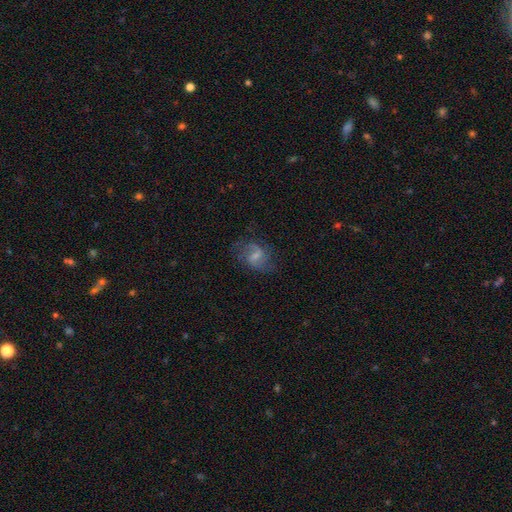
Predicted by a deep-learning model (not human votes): featured or disk 70%, smooth 22%, star or artifact 8%. Down the decision tree: edge-on disk — no (98%); bar — weak (59%); spiral arms — yes (90%); spiral arm count — 2 (83%); spiral winding — loose (49%); bulge size — small (44%); merging — none (66%).